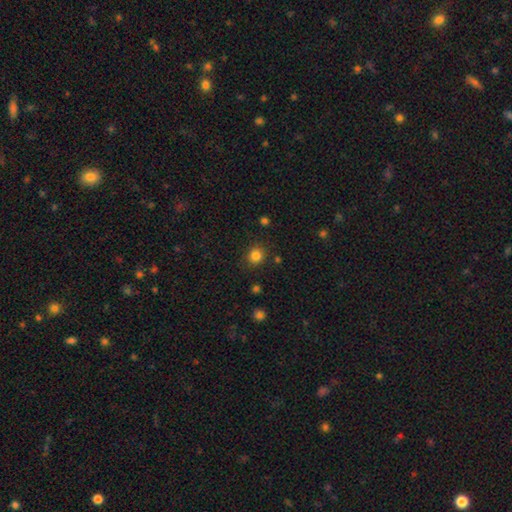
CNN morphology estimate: Smooth or featured?
  - smooth: 83% *
  - star or artifact: 12%
  - featured or disk: 4%
How rounded?
  - round: 87% *
  - in between: 12%
  - cigar-shaped: 1%
Merging?
  - none: 88% *
  - minor disturbance: 8%
  - major disturbance: 3%
  - merger: 2%